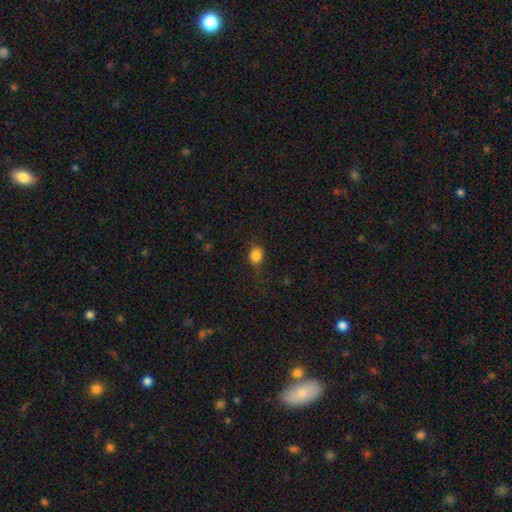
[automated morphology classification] Q: Smooth or featured?
A: smooth (84%); runner-up: star or artifact (11%)
Q: How rounded?
A: round (57%); runner-up: in between (42%)
Q: Merging?
A: none (72%); runner-up: minor disturbance (20%)